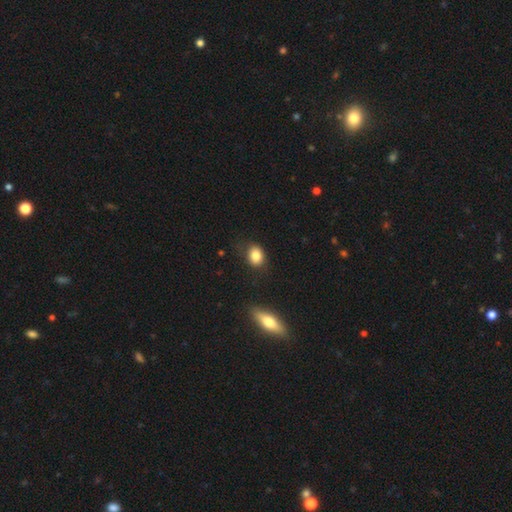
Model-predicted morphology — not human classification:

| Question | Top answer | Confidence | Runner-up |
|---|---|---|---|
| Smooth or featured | smooth | 83% | star or artifact (9%) |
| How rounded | in between | 60% | round (38%) |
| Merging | none | 75% | minor disturbance (18%) |